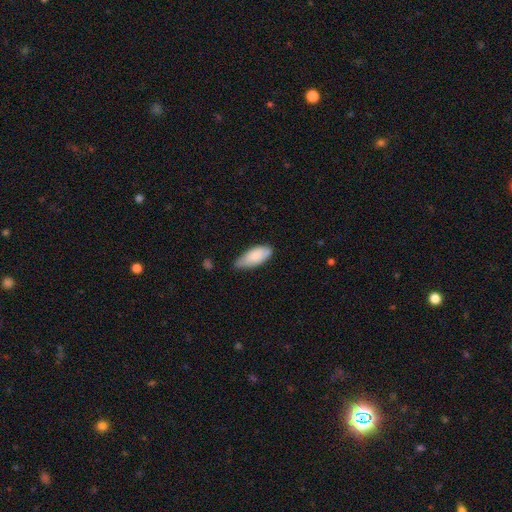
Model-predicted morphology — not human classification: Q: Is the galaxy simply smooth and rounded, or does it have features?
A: smooth — 82%.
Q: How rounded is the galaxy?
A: in between — 84%.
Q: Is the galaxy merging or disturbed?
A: none — 64%.